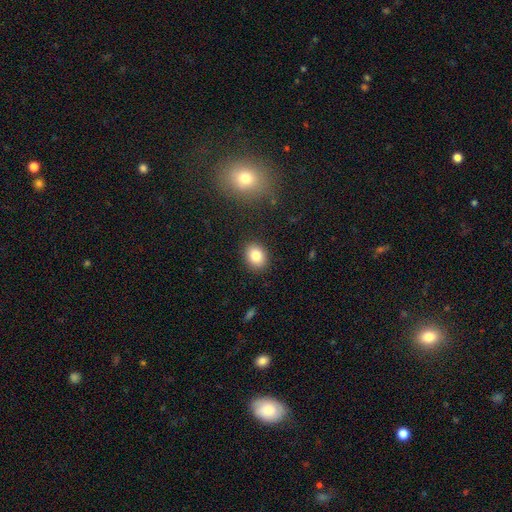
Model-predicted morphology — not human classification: Smooth or featured? Predicted: smooth (p=0.83). How rounded? Predicted: in between (p=0.55). Merging? Predicted: none (p=0.88).